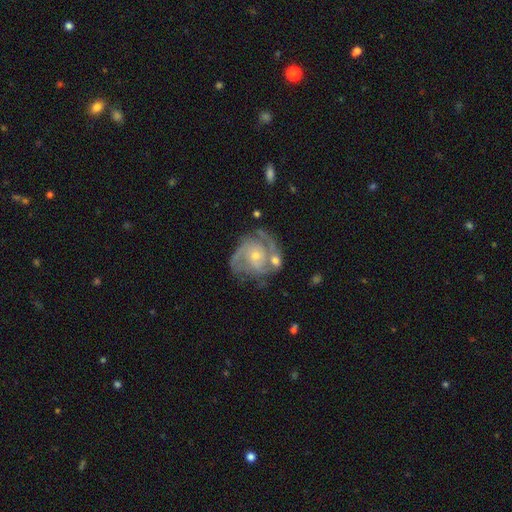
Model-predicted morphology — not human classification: featured or disk 89%, smooth 6%, star or artifact 5%. Down the decision tree: edge-on disk — no (98%); bar — no (68%); spiral arms — yes (97%); spiral arm count — 2 (59%); spiral winding — tight (46%); bulge size — small (62%); merging — none (60%).